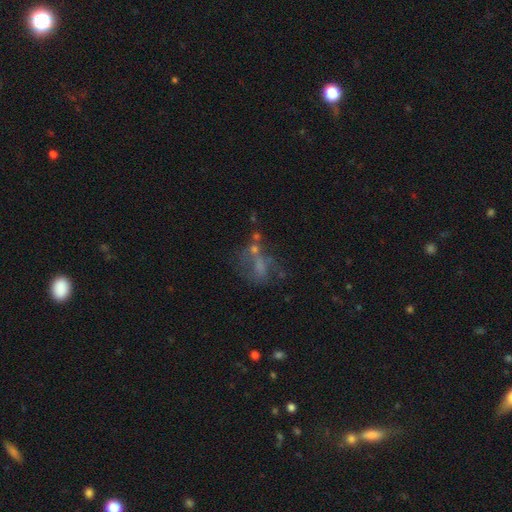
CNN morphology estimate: This appears to be a featured or disk galaxy (44%). Merging: none (37%).